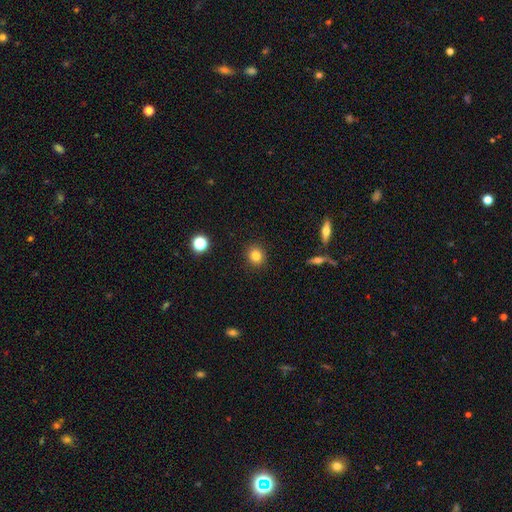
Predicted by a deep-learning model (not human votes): A smooth galaxy with no disk features (82%) that is round (86%).

Vote fractions:
- Smooth or featured? smooth: 82% / star or artifact: 12% / featured or disk: 6%
- How rounded? round: 86% / in between: 13% / cigar-shaped: 1%
- Merging? none: 91% / minor disturbance: 6% / major disturbance: 2% / merger: 1%